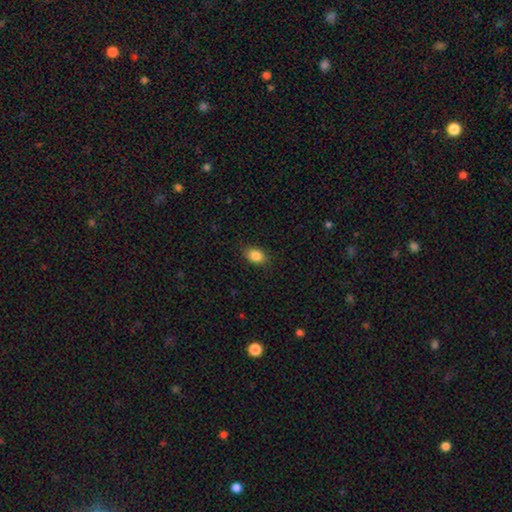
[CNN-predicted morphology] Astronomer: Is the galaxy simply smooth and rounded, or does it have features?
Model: smooth — 86%.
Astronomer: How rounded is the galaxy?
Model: in between — 79%.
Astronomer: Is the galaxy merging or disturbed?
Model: none — 83%.